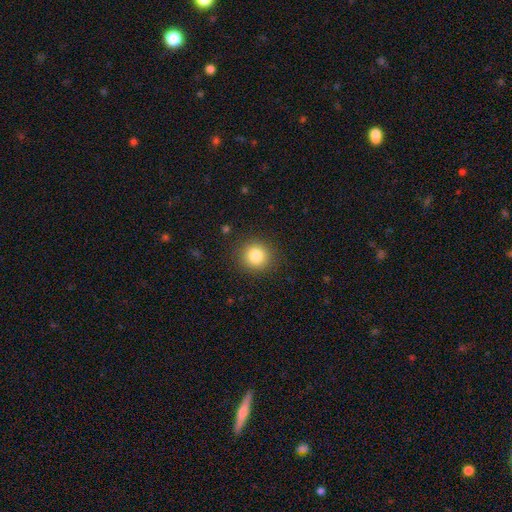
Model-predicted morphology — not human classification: A smooth galaxy with no disk features (83%) that is round (93%).

Vote fractions:
- Smooth or featured? smooth: 83% / star or artifact: 11% / featured or disk: 6%
- How rounded? round: 93% / in between: 6% / cigar-shaped: 1%
- Merging? none: 90% / minor disturbance: 6% / major disturbance: 2% / merger: 1%